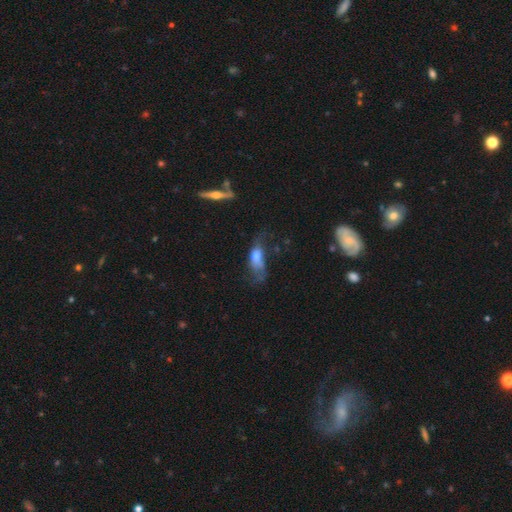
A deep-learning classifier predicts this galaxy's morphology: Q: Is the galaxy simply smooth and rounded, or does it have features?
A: smooth — 57%.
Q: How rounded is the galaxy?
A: in between — 74%.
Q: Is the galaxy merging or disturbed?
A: major disturbance — 45%.